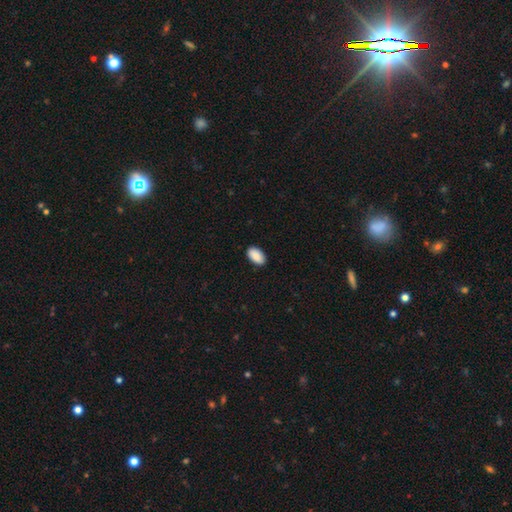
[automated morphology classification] A smooth galaxy with no disk features (90%) that is in between round and cigar-shaped (95%).

Vote fractions:
- Smooth or featured? smooth: 90% / star or artifact: 6% / featured or disk: 4%
- How rounded? in between: 95% / round: 3% / cigar-shaped: 2%
- Merging? none: 89% / minor disturbance: 8% / major disturbance: 2% / merger: 1%